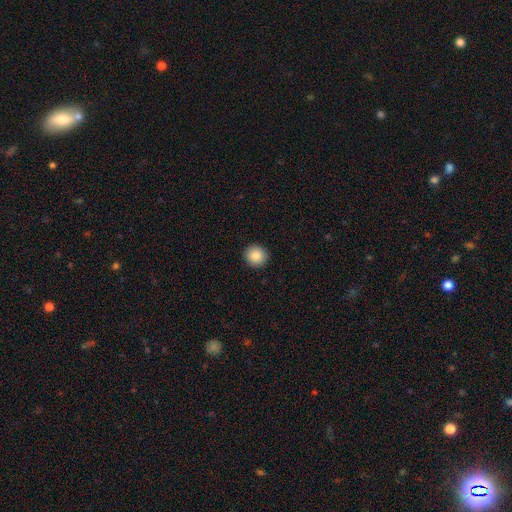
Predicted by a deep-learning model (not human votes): Smooth or featured?
  - smooth: 85% *
  - star or artifact: 9%
  - featured or disk: 6%
How rounded?
  - round: 93% *
  - in between: 6%
  - cigar-shaped: 1%
Merging?
  - none: 93% *
  - minor disturbance: 5%
  - major disturbance: 1%
  - merger: 1%